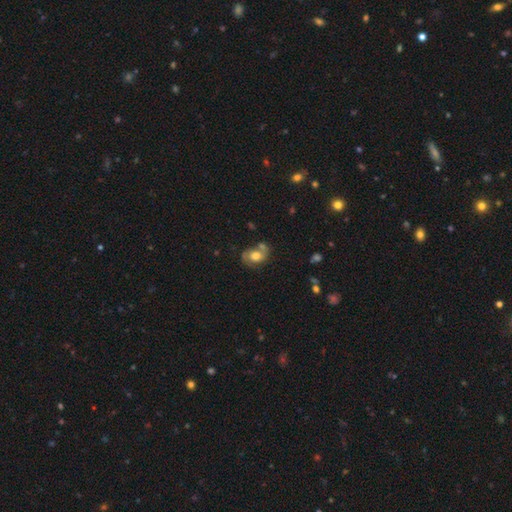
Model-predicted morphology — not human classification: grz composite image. It shows a smooth galaxy with no disk features (57%) that is in between round and cigar-shaped (71%). Merging: none (46%).